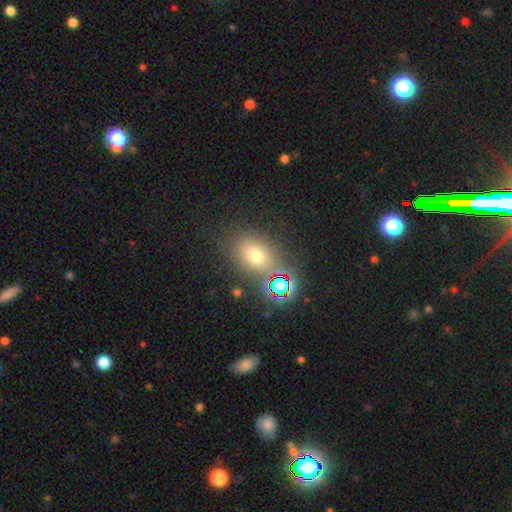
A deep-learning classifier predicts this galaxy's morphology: smooth-or-featured: smooth: 63% | star or artifact: 25% | featured or disk: 12%
  how-rounded: in between: 57% | round: 41% | cigar-shaped: 2%
  merging: none: 74% | minor disturbance: 12% | merger: 9% | major disturbance: 5%